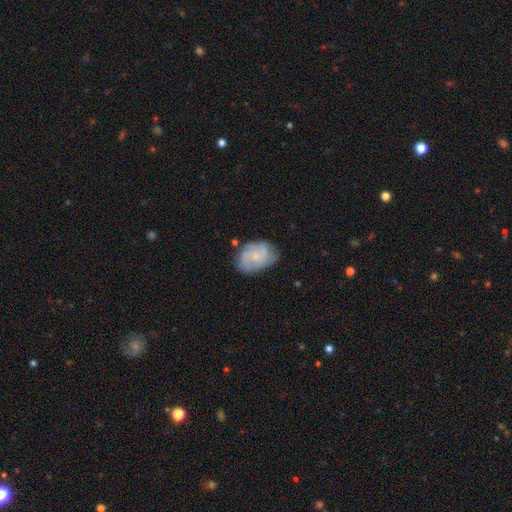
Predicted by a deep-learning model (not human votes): This appears to be a featured or disk galaxy (54%) with no bar (75%), spiral arms (77%) and a small central bulge (58%). Merging: none (64%).